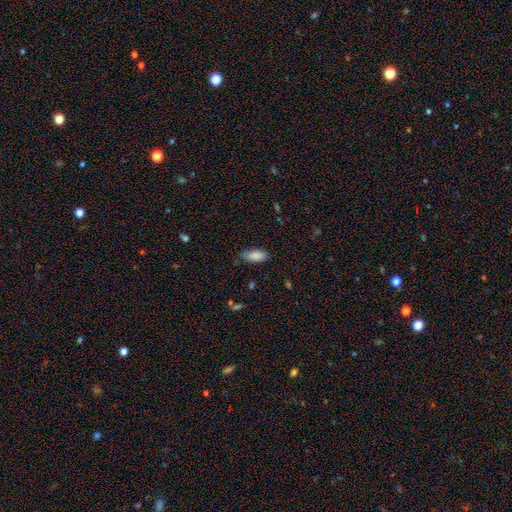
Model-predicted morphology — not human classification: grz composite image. It shows a smooth galaxy with no disk features (87%) that is in between round and cigar-shaped (88%). Merging: none (69%).